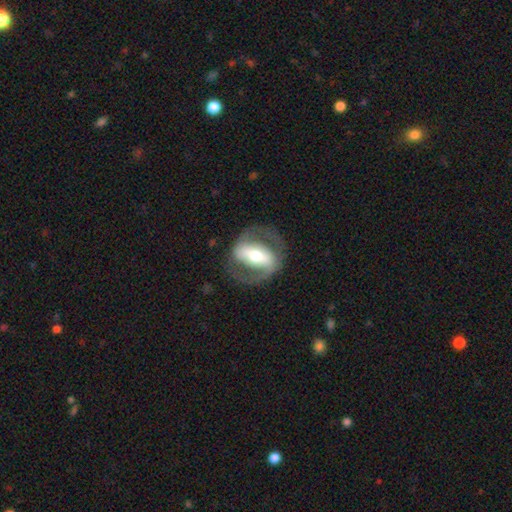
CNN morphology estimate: smooth_or_featured: featured or disk (p=0.79) [alt: smooth p=0.16]
disk_edge_on: no (p=0.93) [alt: yes p=0.07]
bar: strong (p=0.66) [alt: weak p=0.21]
has_spiral_arms: yes (p=0.75) [alt: no p=0.25]
spiral_winding: medium (p=0.50) [alt: tight p=0.28]
spiral_arm_count: 2 (p=0.87) [alt: can't tell p=0.07]
bulge_size: moderate (p=0.61) [alt: small p=0.22]
merging: none (p=0.75) [alt: minor disturbance p=0.13]